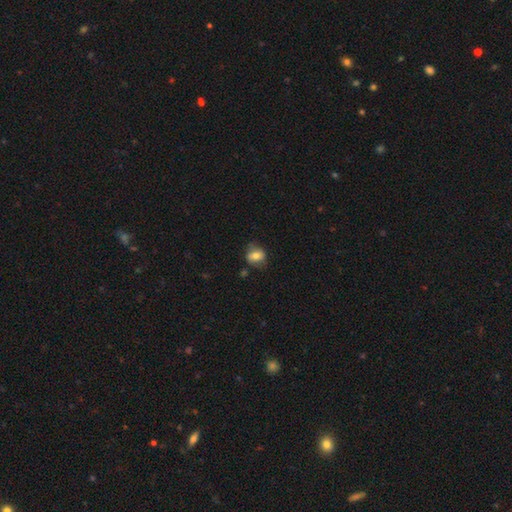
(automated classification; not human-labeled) A smooth galaxy with no disk features (65%) that is in between round and cigar-shaped (57%). Merging: none (67%).